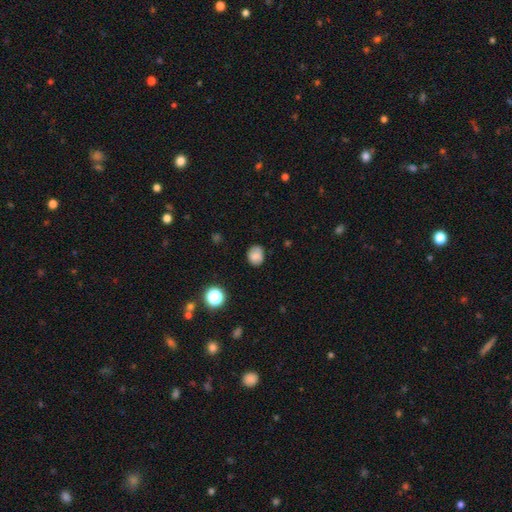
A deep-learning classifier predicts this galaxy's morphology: Overall: smooth (78%). How rounded: round (56%; in between 43%). Merging: none (77%).